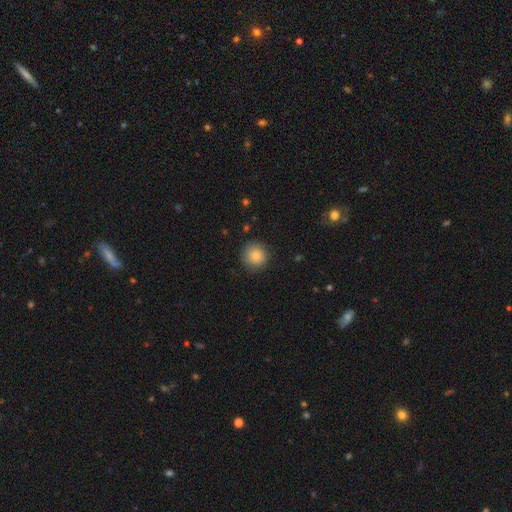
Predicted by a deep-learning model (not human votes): smooth-or-featured: smooth: 83% | star or artifact: 10% | featured or disk: 7%
  how-rounded: round: 93% | in between: 6% | cigar-shaped: 1%
  merging: none: 86% | minor disturbance: 10% | major disturbance: 3% | merger: 1%